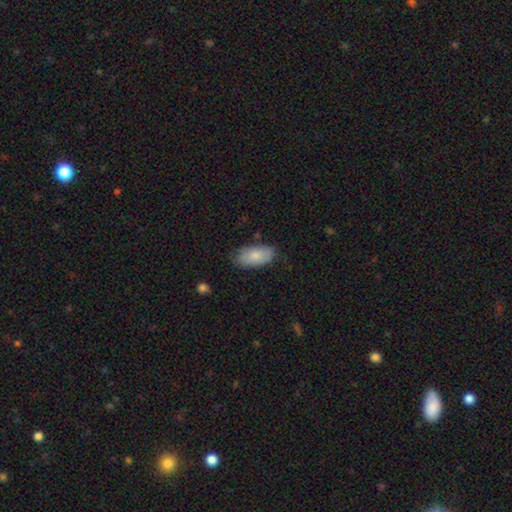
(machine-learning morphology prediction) Smooth or featured? smooth (82%)
How rounded? in between (94%)
Merging? none (76%)